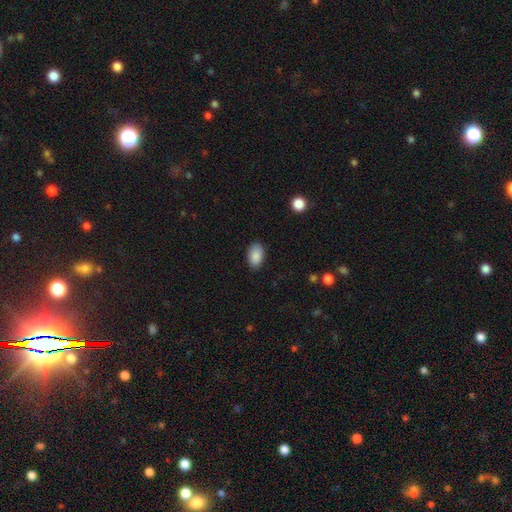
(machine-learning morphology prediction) smooth 89%, star or artifact 7%, featured or disk 4%. Down the decision tree: how rounded — in between (91%); merging — none (87%).